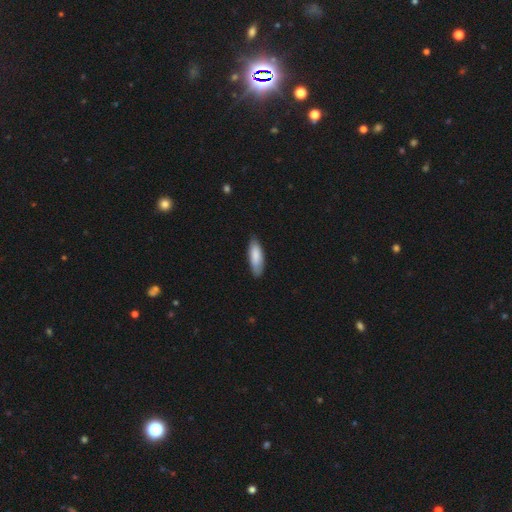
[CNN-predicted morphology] smooth 84%, featured or disk 11%, star or artifact 5%. Down the decision tree: how rounded — in between (59%); merging — none (81%).